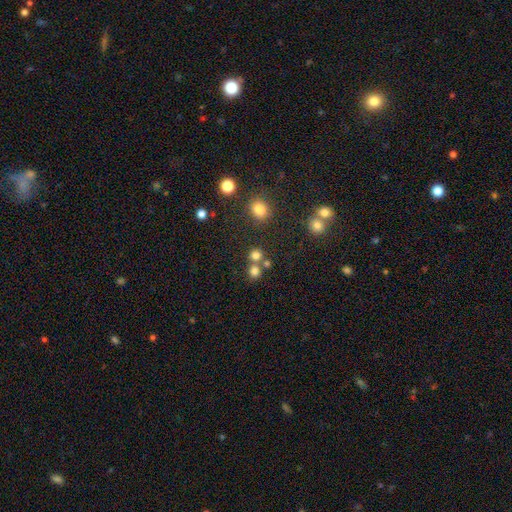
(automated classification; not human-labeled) smooth_or_featured: smooth (p=0.76) [alt: star or artifact p=0.17]
how_rounded: round (p=0.88) [alt: in between p=0.11]
merging: none (p=0.61) [alt: merger p=0.30]